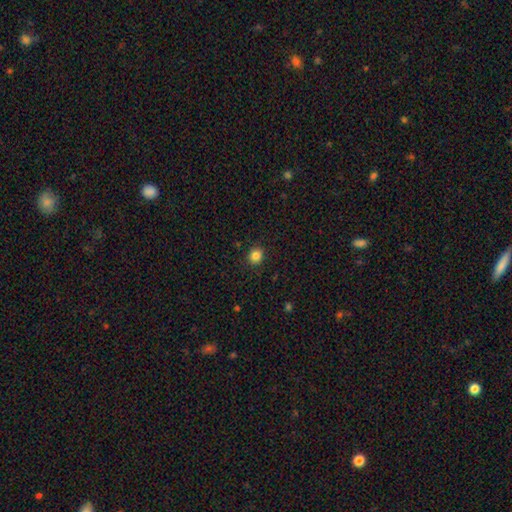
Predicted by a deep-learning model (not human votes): Smooth or featured? Predicted: smooth (p=0.84). How rounded? Predicted: round (p=0.81). Merging? Predicted: none (p=0.90).